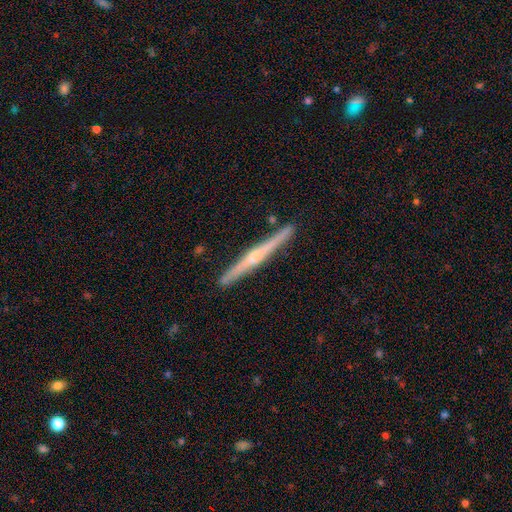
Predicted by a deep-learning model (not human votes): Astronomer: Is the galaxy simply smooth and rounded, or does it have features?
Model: featured or disk — 76%.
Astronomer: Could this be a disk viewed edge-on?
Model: yes — 98%.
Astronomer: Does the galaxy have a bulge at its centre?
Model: rounded — 76%.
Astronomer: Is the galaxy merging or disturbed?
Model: none — 91%.